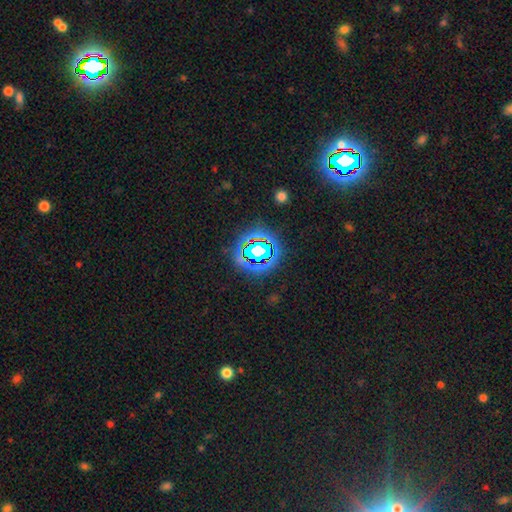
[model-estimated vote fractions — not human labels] Smooth or featured: star or artifact — 75% (smooth — 15%)